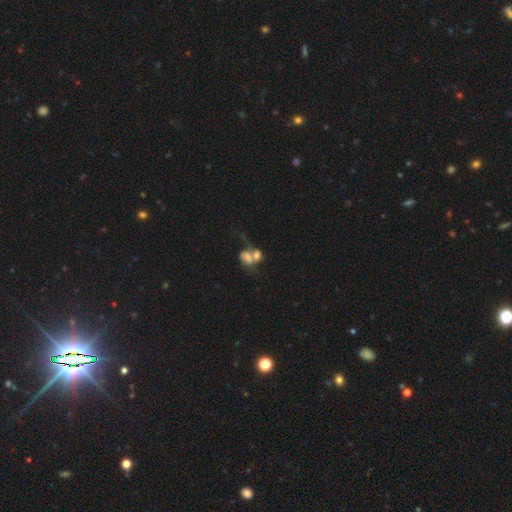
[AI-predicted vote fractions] Overall: smooth (53%; featured or disk 34%). How rounded: in between (67%; round 31%). Merging: merger (65%).